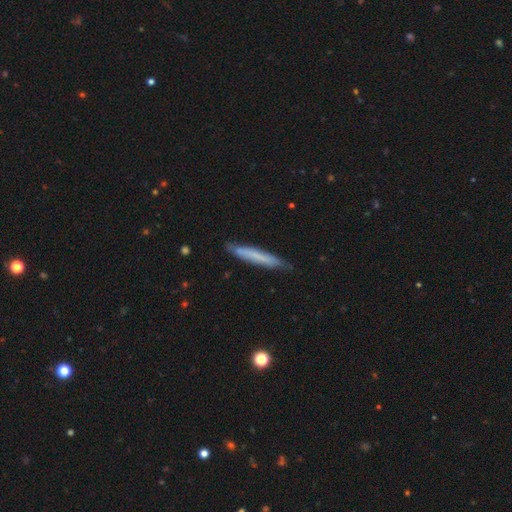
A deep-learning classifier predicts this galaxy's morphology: The model was most divided on "smooth or featured": smooth: 63%, featured or disk: 31%, star or artifact: 6%. More confident: how rounded — cigar-shaped (95%); merging — none (83%).